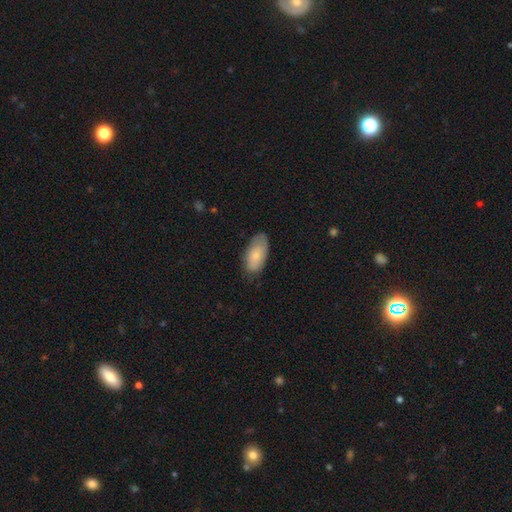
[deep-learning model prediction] Smooth or featured? Predicted: smooth (p=0.78). How rounded? Predicted: in between (p=0.92). Merging? Predicted: none (p=0.71).